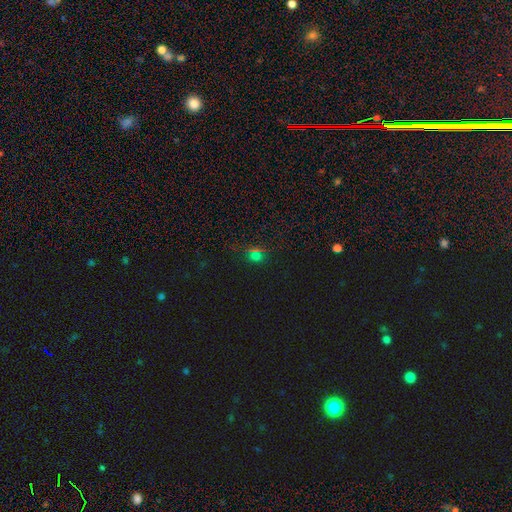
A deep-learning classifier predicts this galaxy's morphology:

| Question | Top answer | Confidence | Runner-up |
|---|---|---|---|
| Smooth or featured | smooth | 49% | star or artifact (43%) |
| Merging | none | 77% | minor disturbance (11%) |